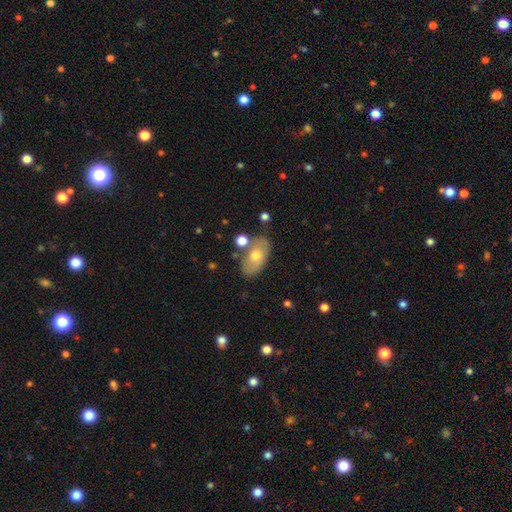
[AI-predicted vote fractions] Q: Smooth or featured?
A: smooth (63%); runner-up: featured or disk (29%)
Q: How rounded?
A: in between (91%); runner-up: round (6%)
Q: Merging?
A: none (70%); runner-up: minor disturbance (16%)